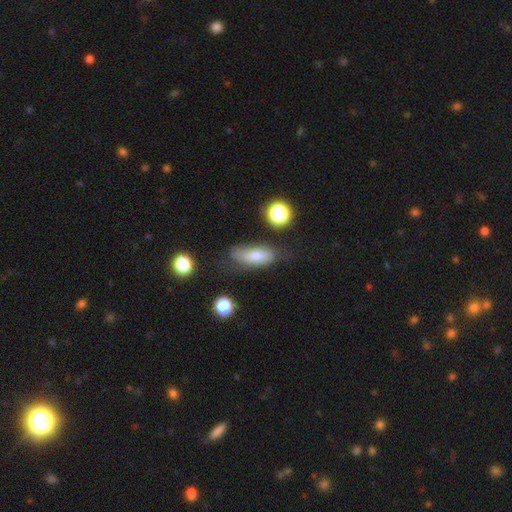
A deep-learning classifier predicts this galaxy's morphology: Smooth or featured? Predicted: smooth (p=0.68). How rounded? Predicted: in between (p=0.71). Merging? Predicted: none (p=0.49).